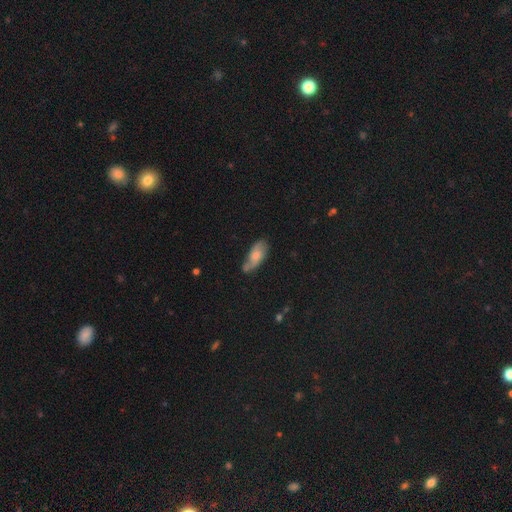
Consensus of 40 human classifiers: smooth-or-featured: featured or disk: 50% | smooth: 45% | star or artifact: 5%
  disk-edge-on: no: 90% | yes: 10%
    bar: no: 61% | weak: 39% | strong: 0%
    has-spiral-arms: yes: 89% | no: 11%
      spiral-winding: loose: 56% | medium: 31% | tight: 12%
      spiral-arm-count: 2: 88% | 4: 6% | can't tell: 6% | 1: 0% | 3: 0% | more than 4: 0%
    bulge-size: moderate: 44% | small: 22% | large: 17% | none: 17% | dominant: 0%
  merging: none: 45% | minor disturbance: 34% | merger: 16% | major disturbance: 5%